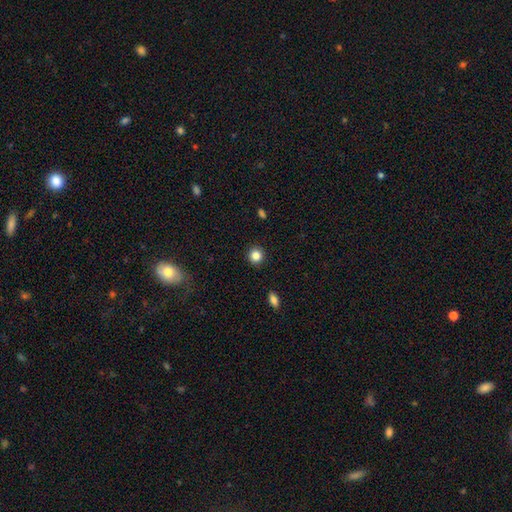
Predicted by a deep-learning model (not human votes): Q: Smooth or featured?
A: smooth (85%); runner-up: star or artifact (11%)
Q: How rounded?
A: round (92%); runner-up: in between (7%)
Q: Merging?
A: none (92%); runner-up: minor disturbance (5%)